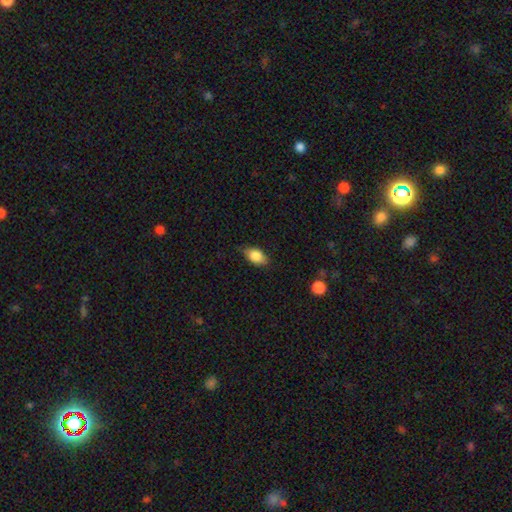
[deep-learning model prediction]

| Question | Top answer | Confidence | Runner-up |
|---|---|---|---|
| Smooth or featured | smooth | 83% | featured or disk (9%) |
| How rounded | in between | 89% | round (8%) |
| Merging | none | 74% | minor disturbance (21%) |